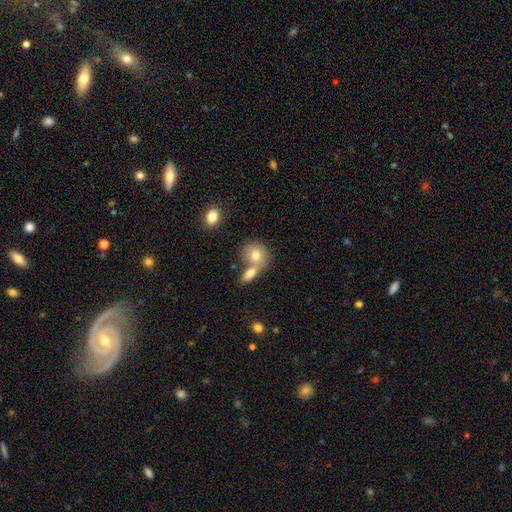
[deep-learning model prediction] A smooth galaxy with no disk features (72%) that is round (67%).

Vote fractions:
- Smooth or featured? smooth: 72% / featured or disk: 17% / star or artifact: 11%
- How rounded? round: 67% / in between: 31% / cigar-shaped: 2%
- Merging? merger: 45% / none: 43% / minor disturbance: 9% / major disturbance: 3%